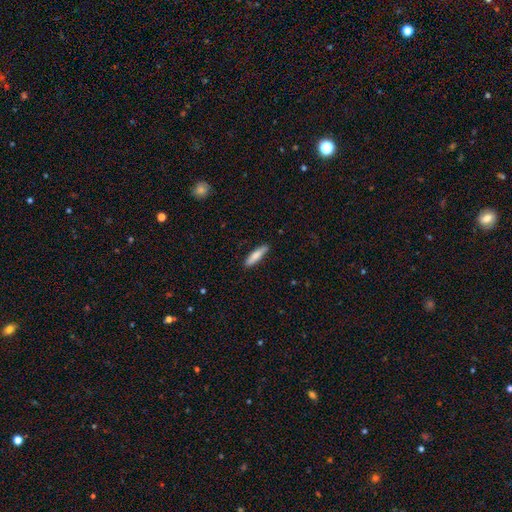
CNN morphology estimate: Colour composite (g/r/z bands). It shows a smooth galaxy with no disk features (77%) that is cigar-shaped (74%). Merging: none (83%).